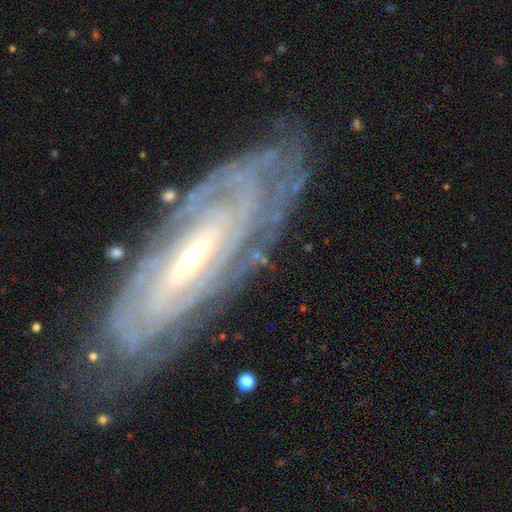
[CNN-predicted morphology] Q: Smooth or featured?
A: featured or disk (87%); runner-up: smooth (7%)
Q: Edge-on disk?
A: no (86%); runner-up: yes (14%)
Q: Bar?
A: no (50%); runner-up: weak (31%)
Q: Spiral arms?
A: yes (94%); runner-up: no (6%)
Q: Spiral winding?
A: tight (80%); runner-up: medium (16%)
Q: Spiral arm count?
A: can't tell (46%); runner-up: 2 (14%)
Q: Bulge size?
A: small (74%); runner-up: moderate (22%)
Q: Merging?
A: none (76%); runner-up: minor disturbance (16%)